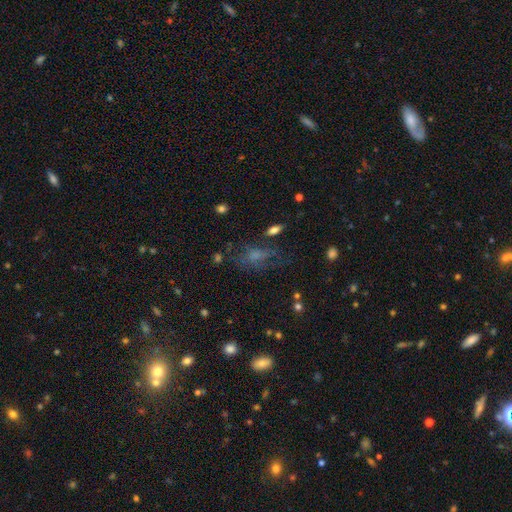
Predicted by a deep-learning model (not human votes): Overall: smooth (47%; featured or disk 29%). Merging: none (49%; major disturbance 24%).